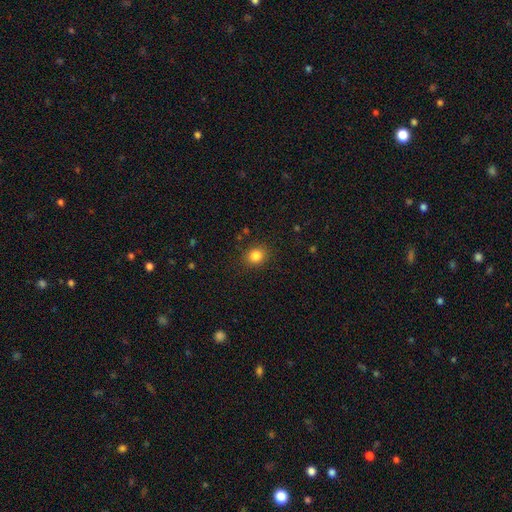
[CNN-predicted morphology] A smooth galaxy with no disk features (84%) that is round (72%).

Vote fractions:
- Smooth or featured? smooth: 84% / star or artifact: 11% / featured or disk: 5%
- How rounded? round: 72% / in between: 27% / cigar-shaped: 1%
- Merging? none: 87% / minor disturbance: 9% / major disturbance: 3% / merger: 1%